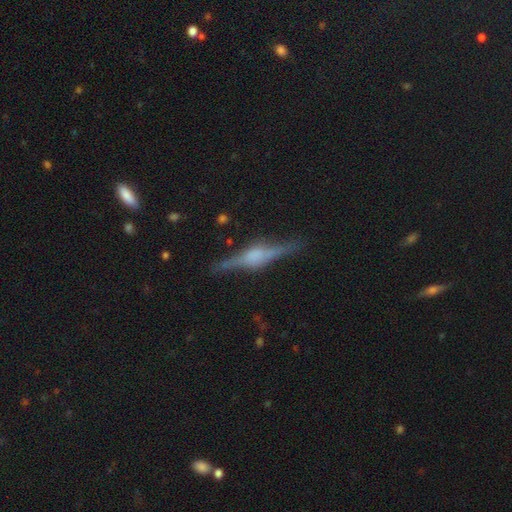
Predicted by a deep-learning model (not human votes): This appears to be a featured or disk galaxy (79%) viewed edge-on (97%) with a rounded central bulge (70%). Merging: none (83%).